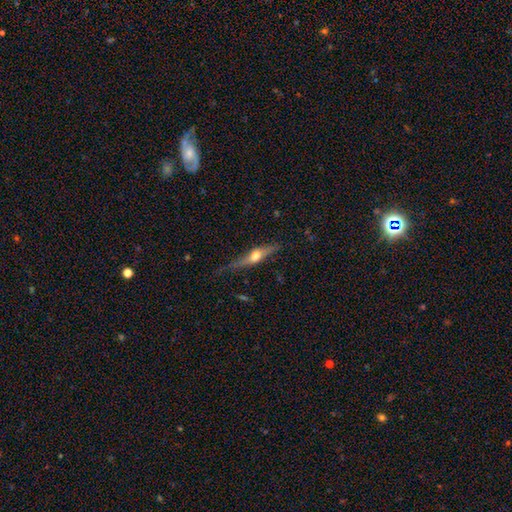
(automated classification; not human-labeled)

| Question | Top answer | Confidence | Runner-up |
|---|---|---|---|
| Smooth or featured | featured or disk | 61% | smooth (33%) |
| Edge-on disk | yes | 93% | no (7%) |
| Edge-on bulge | rounded | 95% | none (3%) |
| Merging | none | 67% | minor disturbance (24%) |